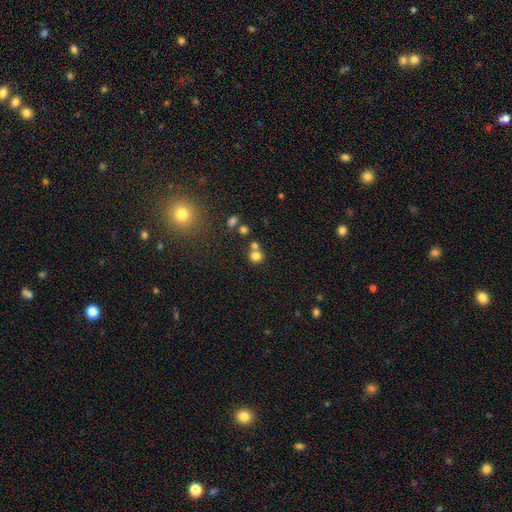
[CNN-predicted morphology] Smooth or featured?
  - smooth: 77% *
  - star or artifact: 15%
  - featured or disk: 8%
How rounded?
  - round: 86% *
  - in between: 13%
  - cigar-shaped: 1%
Merging?
  - none: 58% *
  - merger: 31%
  - minor disturbance: 8%
  - major disturbance: 3%